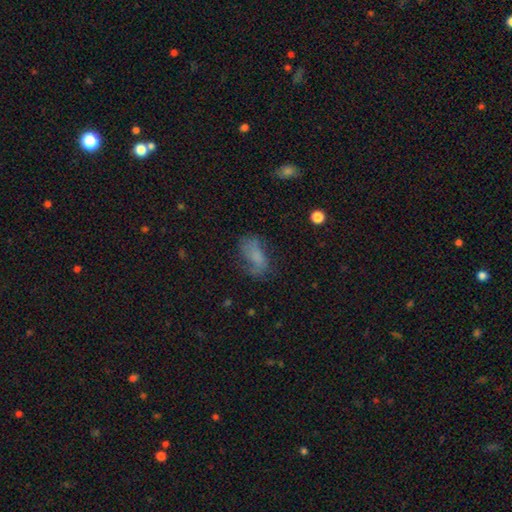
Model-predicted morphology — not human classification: Smooth or featured?
  - smooth: 57% *
  - featured or disk: 30%
  - star or artifact: 13%
How rounded?
  - in between: 87% *
  - round: 7%
  - cigar-shaped: 6%
Merging?
  - none: 48% *
  - minor disturbance: 27%
  - major disturbance: 22%
  - merger: 3%